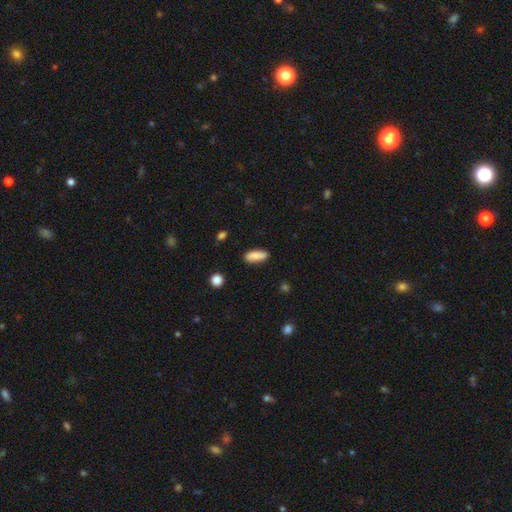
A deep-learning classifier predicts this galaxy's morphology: Smooth or featured? Predicted: smooth (p=0.83). How rounded? Predicted: in between (p=0.66). Merging? Predicted: none (p=0.83).